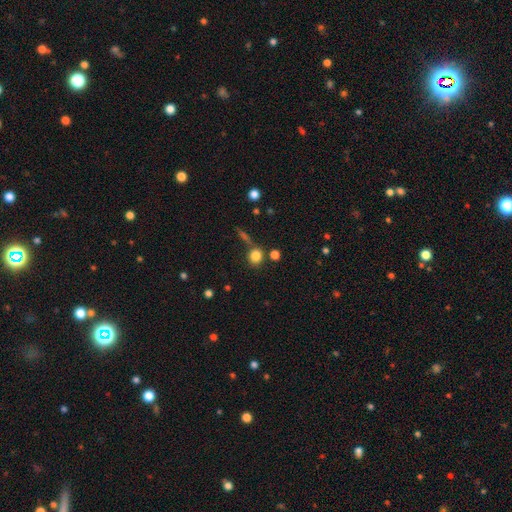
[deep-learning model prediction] A smooth galaxy with no disk features (82%) that is round (82%).

Vote fractions:
- Smooth or featured? smooth: 82% / star or artifact: 12% / featured or disk: 6%
- How rounded? round: 82% / in between: 17% / cigar-shaped: 2%
- Merging? none: 70% / merger: 14% / minor disturbance: 11% / major disturbance: 5%